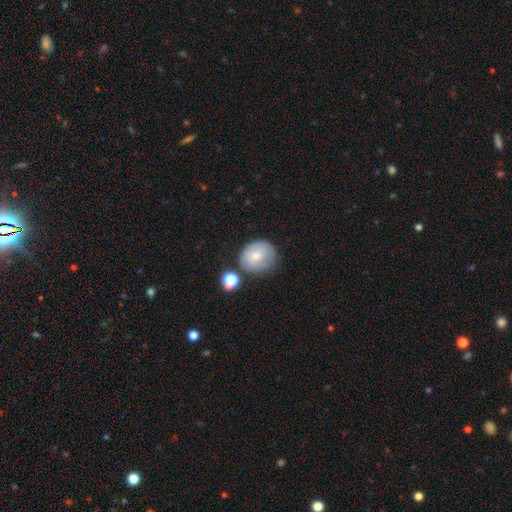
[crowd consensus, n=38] Smooth or featured?
  - smooth: 76% *
  - featured or disk: 18%
  - star or artifact: 5%
How rounded?
  - round: 69% *
  - in between: 28%
  - cigar-shaped: 3%
Merging?
  - none: 64% *
  - minor disturbance: 28%
  - merger: 6%
  - major disturbance: 3%